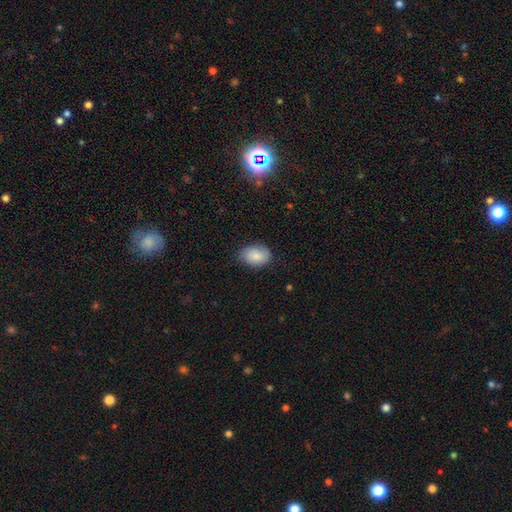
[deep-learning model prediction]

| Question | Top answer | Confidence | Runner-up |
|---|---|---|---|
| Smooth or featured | smooth | 82% | featured or disk (11%) |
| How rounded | in between | 82% | round (17%) |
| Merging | none | 76% | minor disturbance (19%) |